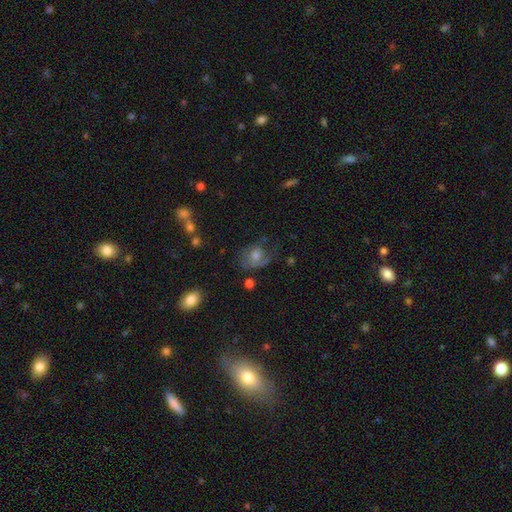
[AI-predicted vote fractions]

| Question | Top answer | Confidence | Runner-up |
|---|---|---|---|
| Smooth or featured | featured or disk | 52% | smooth (32%) |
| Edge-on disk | no | 96% | yes (4%) |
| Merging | none | 52% | major disturbance (23%) |